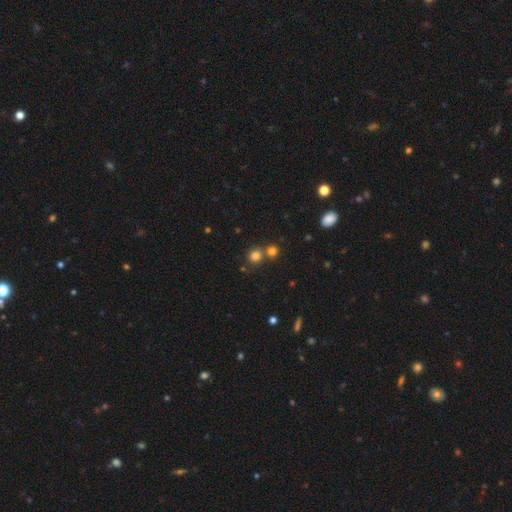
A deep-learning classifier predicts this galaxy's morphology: type=smooth (79%); roundness=round (88%); merging=none (63%).